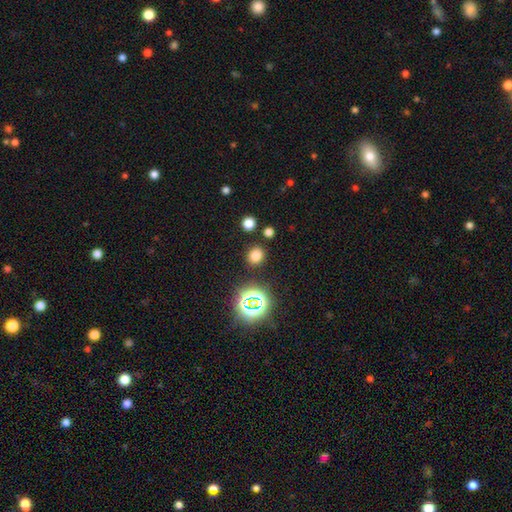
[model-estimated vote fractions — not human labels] This appears to be a smooth galaxy with no disk features (74%) that is round (72%). Merging: none (85%).